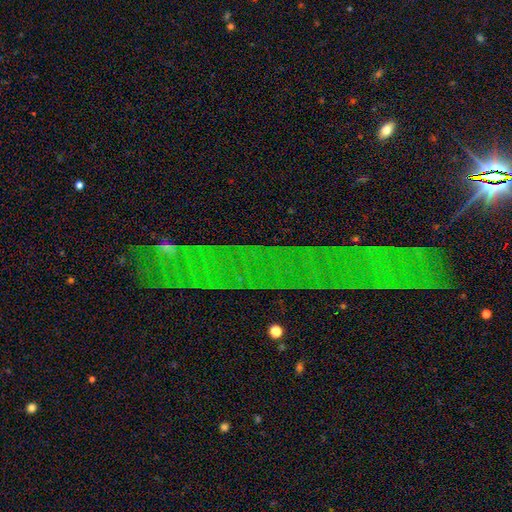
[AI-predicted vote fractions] Smooth or featured: star or artifact — 79% (featured or disk — 12%)